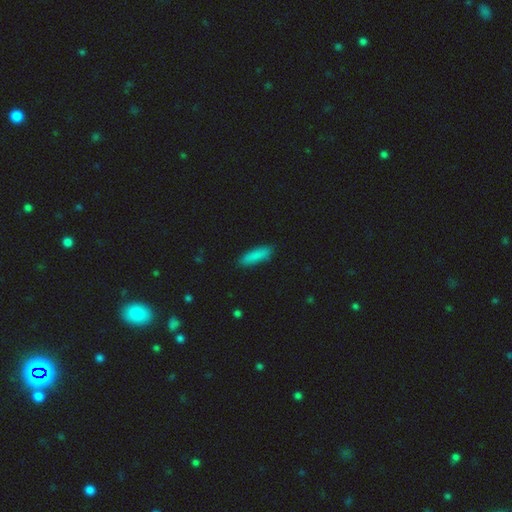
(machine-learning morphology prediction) The model was most divided on "how rounded": cigar-shaped: 62%, in between: 36%, round: 2%. More confident: merging — none (87%); smooth or featured — smooth (86%).